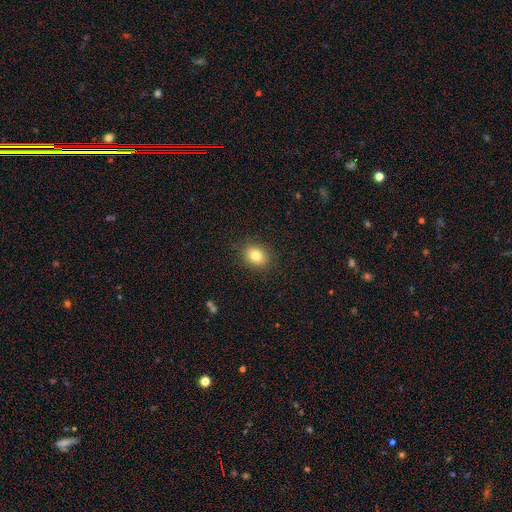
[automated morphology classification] Overall: smooth (81%). How rounded: round (55%; in between 44%). Merging: none (89%).